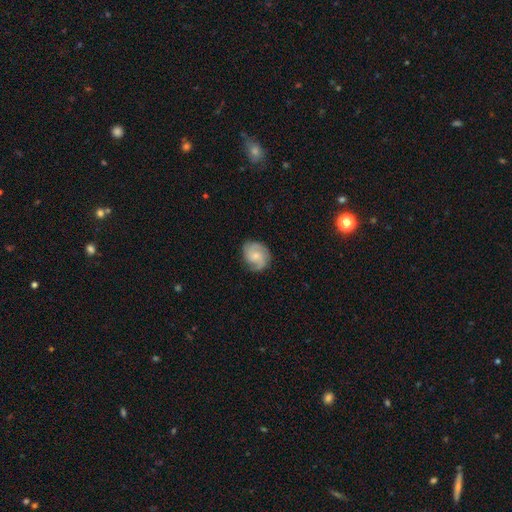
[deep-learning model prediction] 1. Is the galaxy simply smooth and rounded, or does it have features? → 69% featured or disk, 25% smooth, 6% star or artifact.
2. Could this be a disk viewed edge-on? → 98% no, 2% yes.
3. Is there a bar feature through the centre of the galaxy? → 67% no, 29% weak, 4% strong.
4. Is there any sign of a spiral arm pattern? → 95% yes, 5% no.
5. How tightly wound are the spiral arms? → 45% medium, 39% tight, 16% loose.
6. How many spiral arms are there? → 48% 2, 26% 3, 14% can't tell, 5% 1, 3% 4, 3% more than 4.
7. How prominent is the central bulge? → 56% small, 35% moderate, 6% none, 2% large, 1% dominant.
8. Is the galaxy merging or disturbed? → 76% none, 18% minor disturbance, 5% major disturbance, 1% merger.